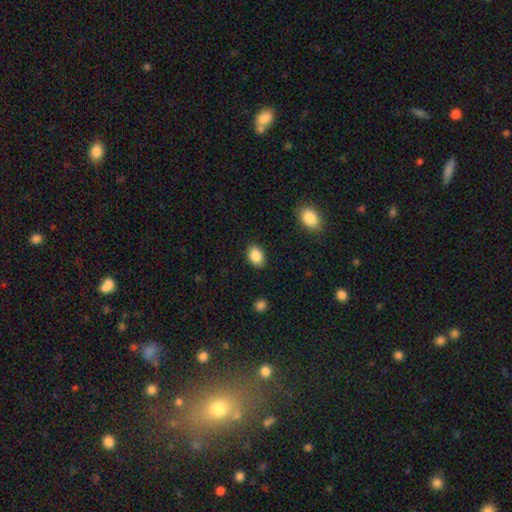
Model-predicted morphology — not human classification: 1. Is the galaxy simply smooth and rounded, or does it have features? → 87% smooth, 8% star or artifact, 5% featured or disk.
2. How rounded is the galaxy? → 81% in between, 18% round, 1% cigar-shaped.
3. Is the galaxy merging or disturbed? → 87% none, 9% minor disturbance, 2% major disturbance, 1% merger.